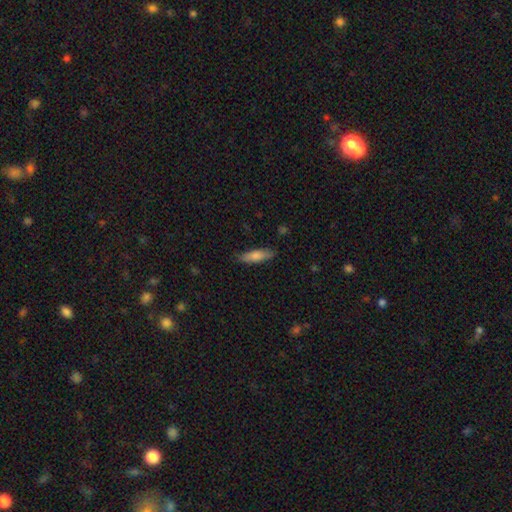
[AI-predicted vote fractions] Morphology: type=smooth (76%); roundness=cigar-shaped (64%); merging=none (84%).